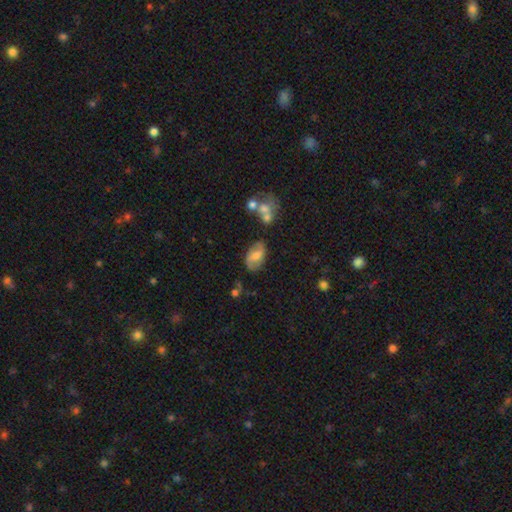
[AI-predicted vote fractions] The model was most divided on "smooth or featured": smooth: 50%, featured or disk: 42%, star or artifact: 8%. More confident: how rounded — in between (89%); merging — none (68%).